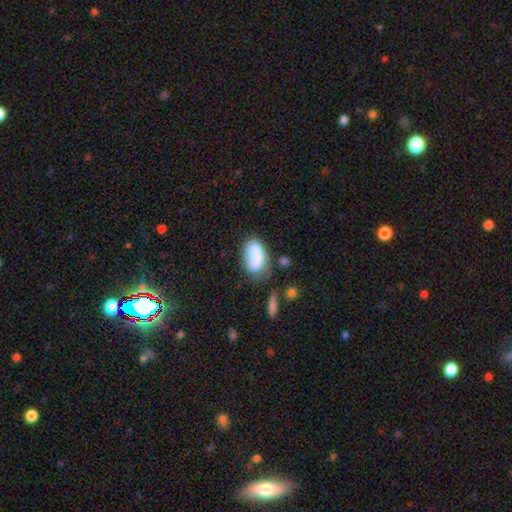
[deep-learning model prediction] smooth-or-featured: smooth: 76% | featured or disk: 16% | star or artifact: 8%
  how-rounded: in between: 91% | round: 6% | cigar-shaped: 3%
  merging: none: 44% | minor disturbance: 27% | major disturbance: 16% | merger: 13%